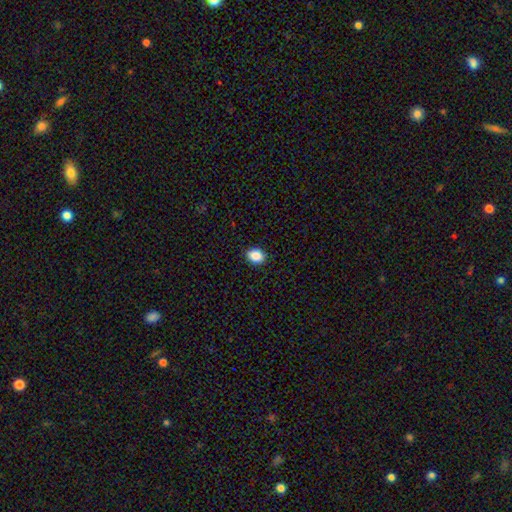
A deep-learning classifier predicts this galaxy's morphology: A smooth galaxy with no disk features (88%) that is in between round and cigar-shaped (53%).

Vote fractions:
- Smooth or featured? smooth: 88% / star or artifact: 9% / featured or disk: 3%
- How rounded? in between: 53% / round: 47% / cigar-shaped: 1%
- Merging? none: 91% / minor disturbance: 6% / major disturbance: 2% / merger: 1%